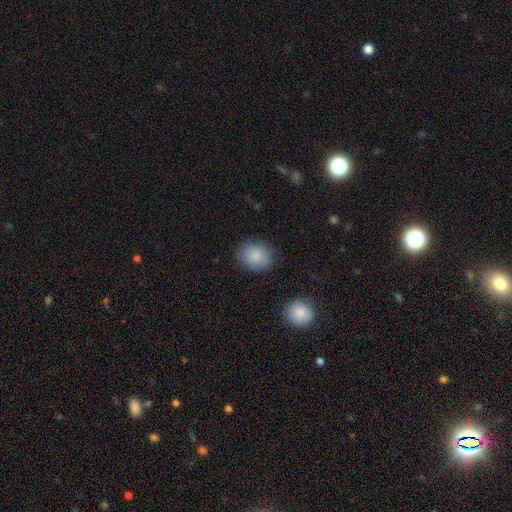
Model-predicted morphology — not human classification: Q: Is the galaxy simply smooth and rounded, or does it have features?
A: smooth — 87%.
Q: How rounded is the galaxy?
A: round — 58%.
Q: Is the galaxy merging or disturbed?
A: none — 84%.